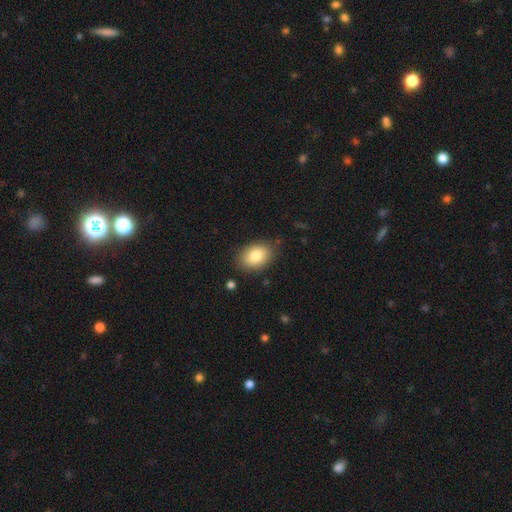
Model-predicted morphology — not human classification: smooth 83%, featured or disk 10%, star or artifact 8%. Down the decision tree: how rounded — in between (81%); merging — none (82%).